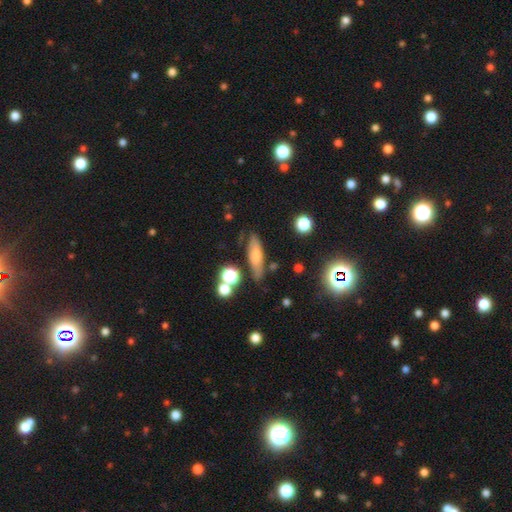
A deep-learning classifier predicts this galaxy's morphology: The model was most divided on "how rounded": cigar-shaped: 60%, in between: 36%, round: 4%. More confident: merging — none (73%); smooth or featured — smooth (65%).